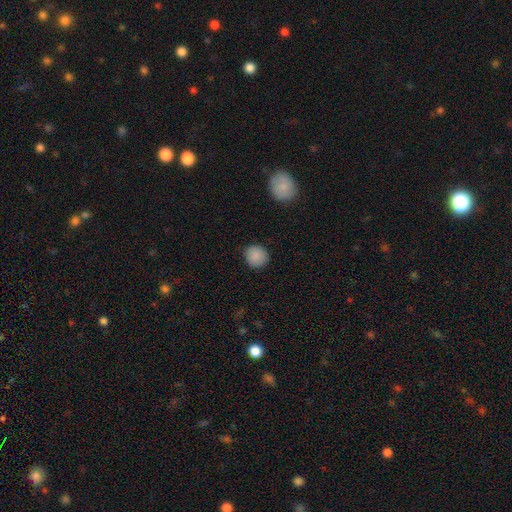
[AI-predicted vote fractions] Smooth or featured: smooth — 88% (star or artifact — 8%)
How rounded: round — 91% (in between — 8%)
Merging: none — 89% (minor disturbance — 8%)